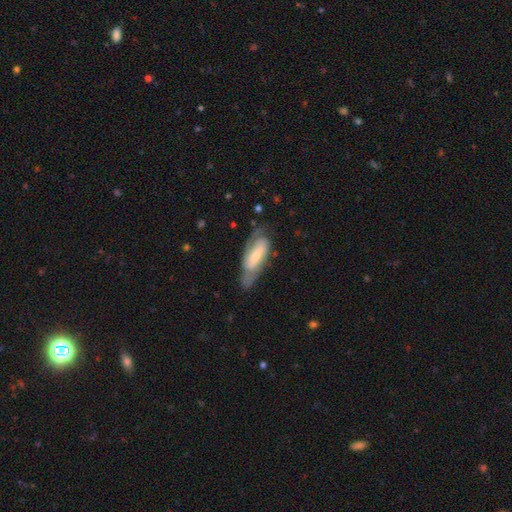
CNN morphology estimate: This appears to be a featured or disk galaxy (73%) with a weak bar (36%), 2 (76%) medium (43%) spiral arms (89%) and a small central bulge (53%). Merging: none (60%).